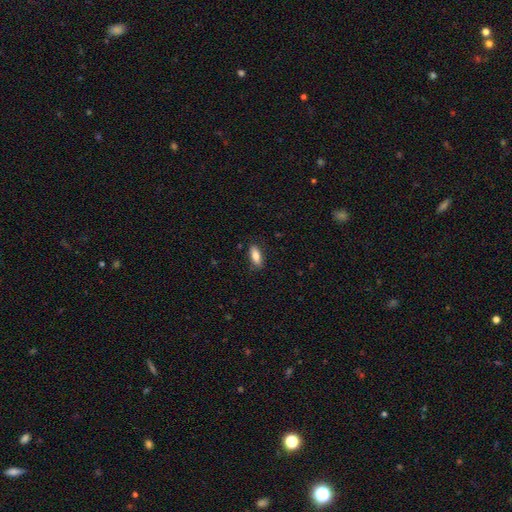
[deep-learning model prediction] Smooth or featured? smooth (81%)
How rounded? in between (72%)
Merging? none (84%)